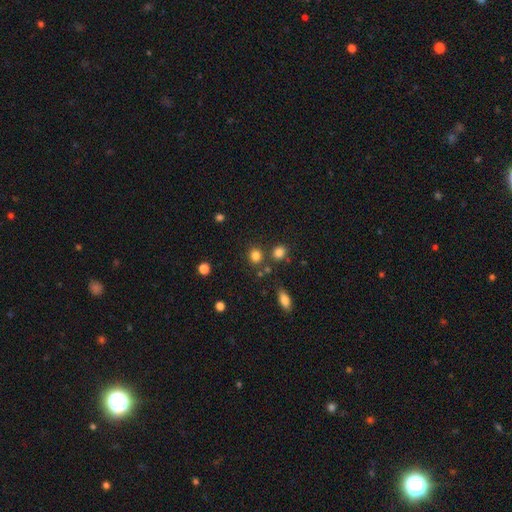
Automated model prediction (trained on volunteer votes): Smooth or featured: smooth — 82% (star or artifact — 13%)
How rounded: round — 83% (in between — 16%)
Merging: none — 78% (merger — 10%)